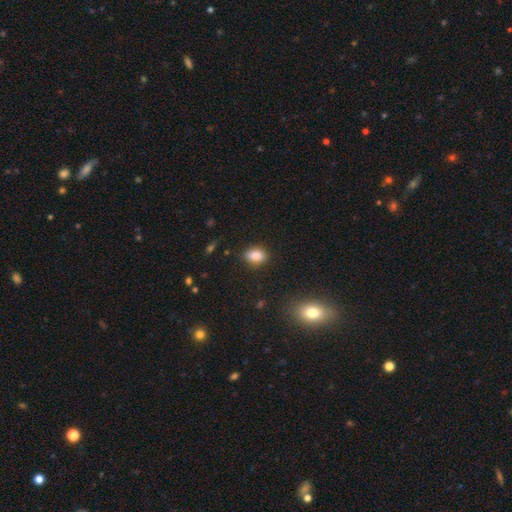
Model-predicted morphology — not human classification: Smooth or featured? smooth (86%)
How rounded? in between (77%)
Merging? none (84%)